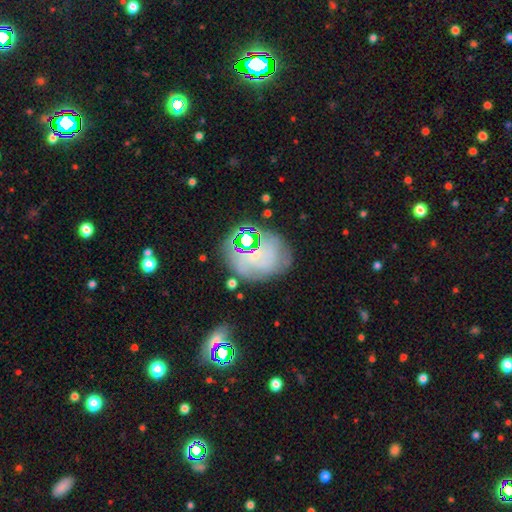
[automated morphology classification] Smooth or featured? Predicted: featured or disk (p=0.45). Merging? Predicted: none (p=0.67).